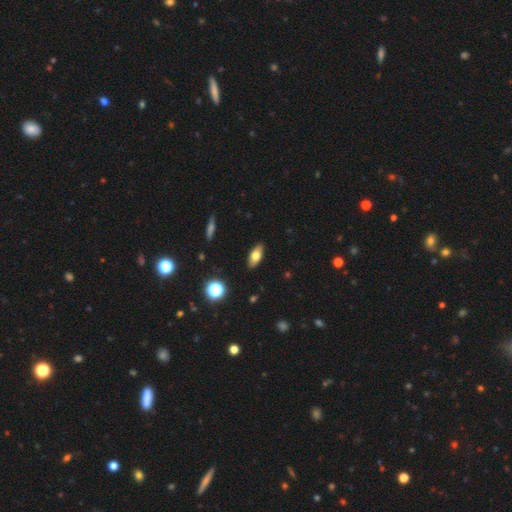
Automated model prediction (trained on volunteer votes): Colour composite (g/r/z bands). It shows a smooth galaxy with no disk features (71%) that is in between round and cigar-shaped (83%). Merging: none (88%).